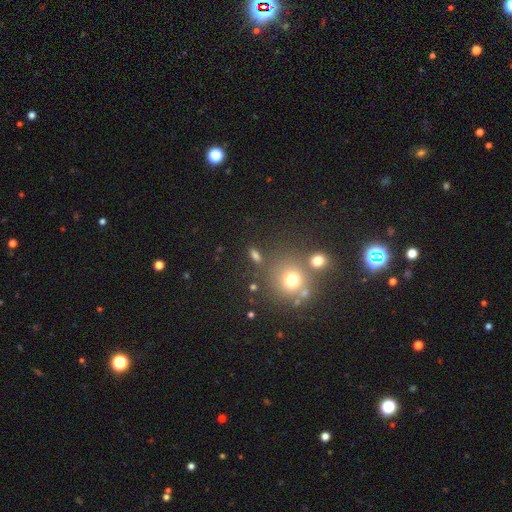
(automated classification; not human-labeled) Overall: smooth (62%; star or artifact 26%). How rounded: round (51%; in between 43%). Merging: none (72%).